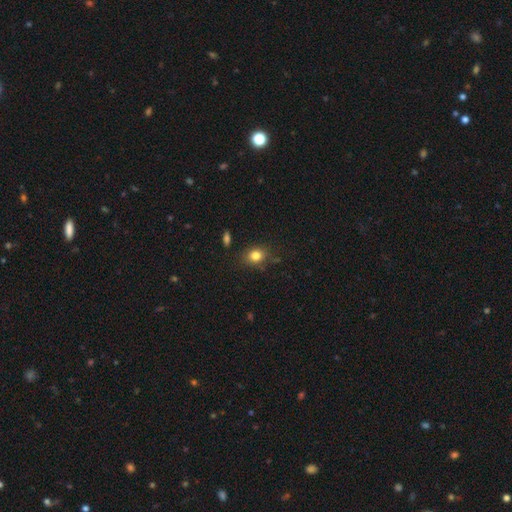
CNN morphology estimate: smooth-or-featured: smooth: 81% | star or artifact: 11% | featured or disk: 8%
  how-rounded: round: 53% | in between: 46% | cigar-shaped: 1%
  merging: none: 78% | minor disturbance: 15% | major disturbance: 4% | merger: 3%